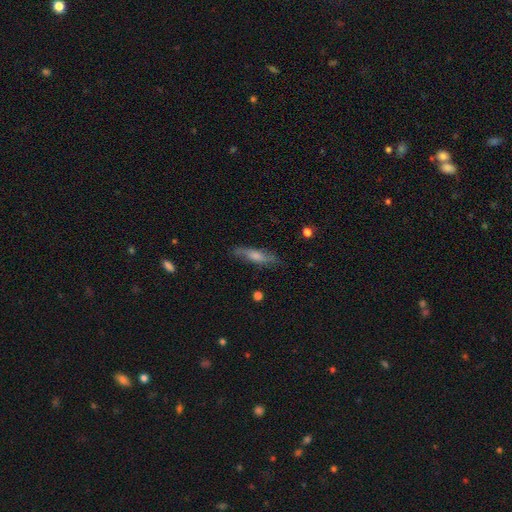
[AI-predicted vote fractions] A smooth galaxy with no disk features (53%) that is cigar-shaped (73%).

Vote fractions:
- Smooth or featured? smooth: 53% / featured or disk: 40% / star or artifact: 7%
- How rounded? cigar-shaped: 73% / in between: 25% / round: 2%
- Merging? none: 79% / minor disturbance: 16% / major disturbance: 4% / merger: 2%